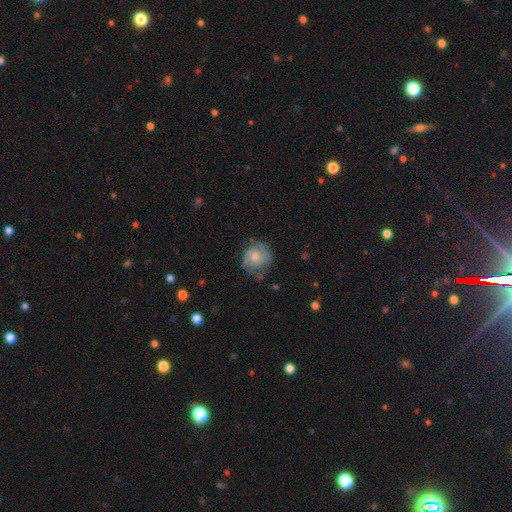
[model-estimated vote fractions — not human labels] smooth_or_featured: featured or disk (p=0.66) [alt: smooth p=0.25]
disk_edge_on: no (p=0.97) [alt: yes p=0.03]
bar: no (p=0.72) [alt: weak p=0.23]
has_spiral_arms: yes (p=0.86) [alt: no p=0.14]
spiral_winding: tight (p=0.52) [alt: medium p=0.37]
spiral_arm_count: 2 (p=0.58) [alt: can't tell p=0.23]
bulge_size: moderate (p=0.51) [alt: small p=0.37]
merging: none (p=0.67) [alt: minor disturbance p=0.21]